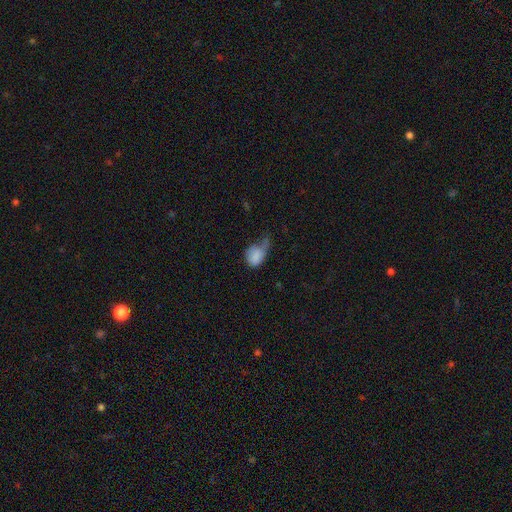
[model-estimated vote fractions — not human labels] The model was most divided on "merging": major disturbance: 42%, minor disturbance: 35%, none: 18%, merger: 6%. More confident: smooth or featured — smooth (78%); how rounded — in between (71%).